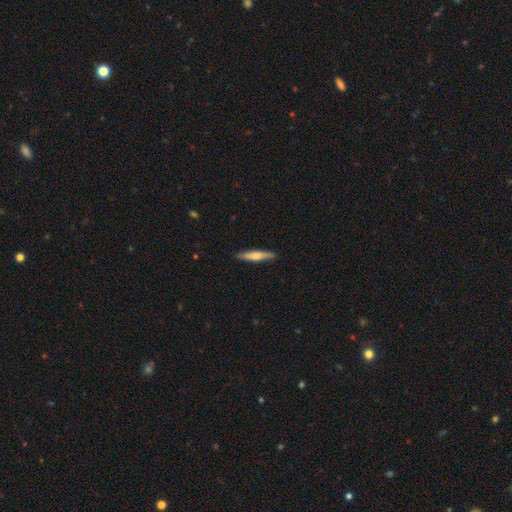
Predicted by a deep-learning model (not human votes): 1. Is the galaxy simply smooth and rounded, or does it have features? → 59% smooth, 36% featured or disk, 5% star or artifact.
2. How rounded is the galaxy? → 91% cigar-shaped, 7% in between, 1% round.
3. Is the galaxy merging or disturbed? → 89% none, 8% minor disturbance, 1% major disturbance, 1% merger.